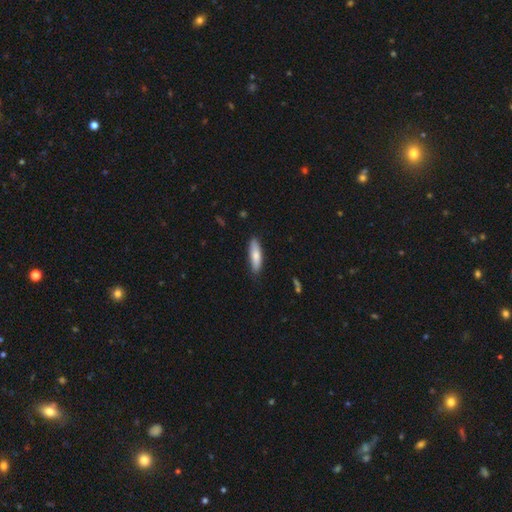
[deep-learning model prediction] Smooth or featured?
  - smooth: 78% *
  - featured or disk: 16%
  - star or artifact: 6%
How rounded?
  - cigar-shaped: 60% *
  - in between: 38%
  - round: 2%
Merging?
  - none: 82% *
  - minor disturbance: 14%
  - major disturbance: 2%
  - merger: 1%